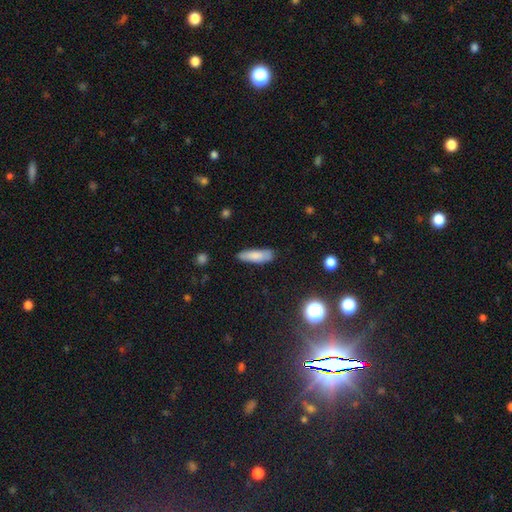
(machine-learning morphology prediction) smooth-or-featured: smooth: 81% | featured or disk: 12% | star or artifact: 7%
  how-rounded: cigar-shaped: 53% | in between: 45% | round: 2%
  merging: none: 79% | minor disturbance: 16% | major disturbance: 3% | merger: 2%